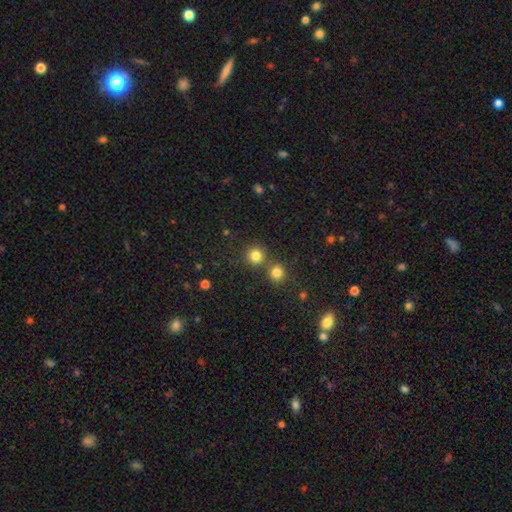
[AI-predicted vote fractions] The model was most divided on "merging": none: 69%, merger: 22%, minor disturbance: 6%, major disturbance: 3%. More confident: how rounded — round (92%); smooth or featured — smooth (81%).